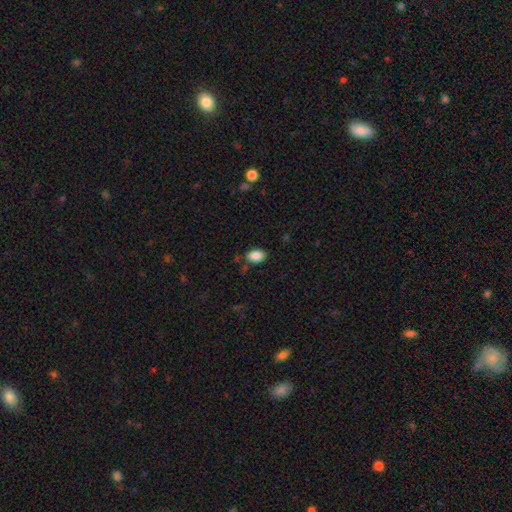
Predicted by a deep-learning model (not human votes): smooth_or_featured: smooth (p=0.88) [alt: star or artifact p=0.08]
how_rounded: in between (p=0.85) [alt: round p=0.14]
merging: none (p=0.81) [alt: minor disturbance p=0.13]